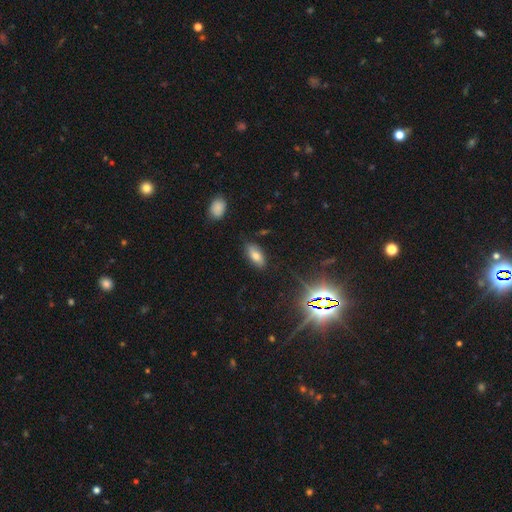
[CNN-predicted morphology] Overall: smooth (73%). How rounded: in between (87%). Merging: none (83%).